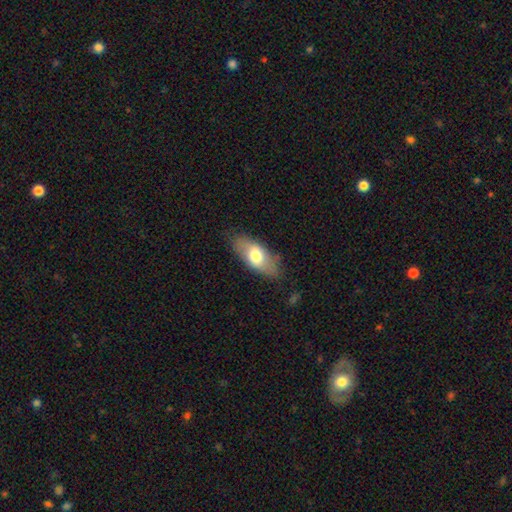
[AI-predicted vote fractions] Morphology: type=smooth (66%); roundness=in between (86%); merging=none (80%).